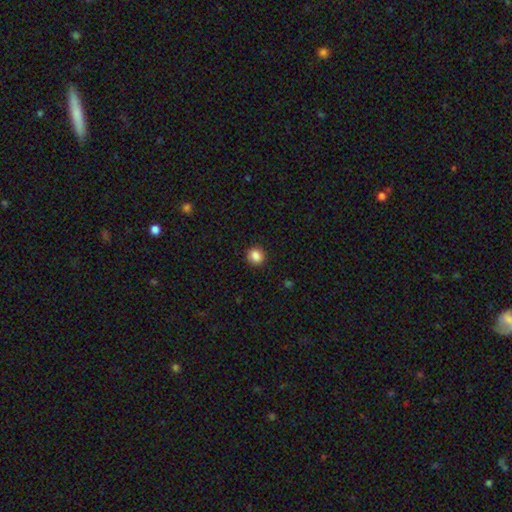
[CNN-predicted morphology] A smooth galaxy with no disk features (86%) that is round (82%). Merging: none (91%).